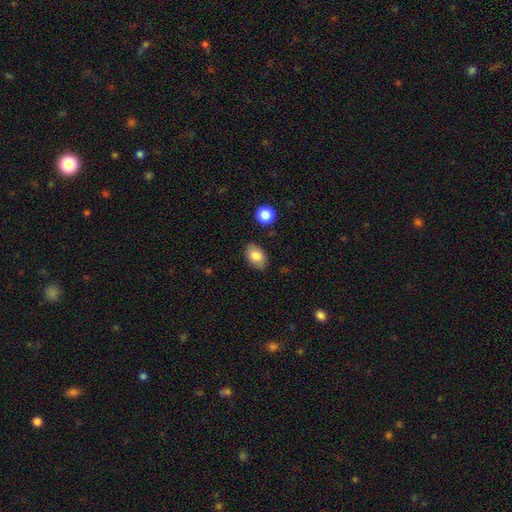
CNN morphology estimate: Overall: smooth (83%). How rounded: in between (86%). Merging: none (81%).